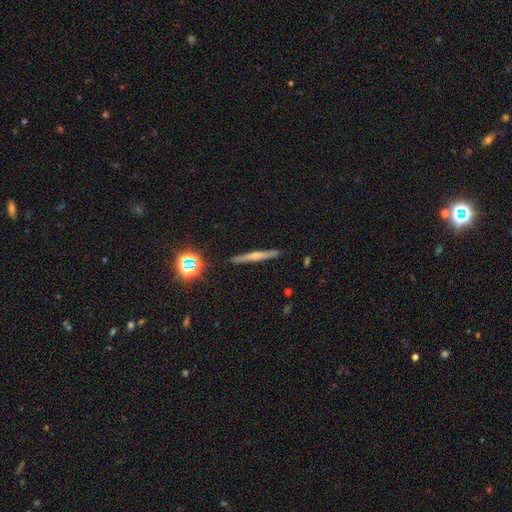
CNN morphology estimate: type=featured or disk (57%); edge-on=yes (97%); edge-on bulge=rounded (70%); merging=none (91%).